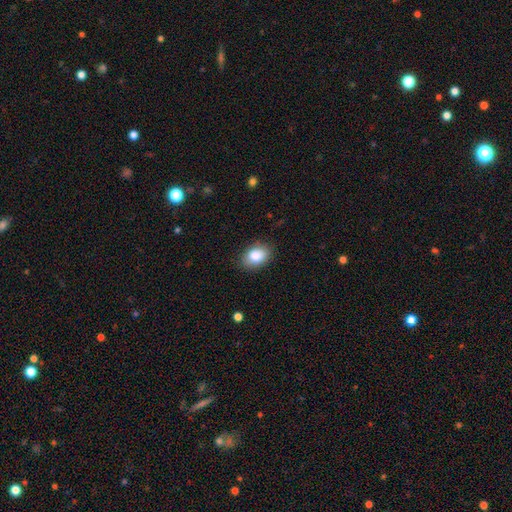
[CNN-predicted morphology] Smooth or featured: smooth — 86% (star or artifact — 7%)
How rounded: in between — 83% (round — 16%)
Merging: none — 83% (minor disturbance — 13%)